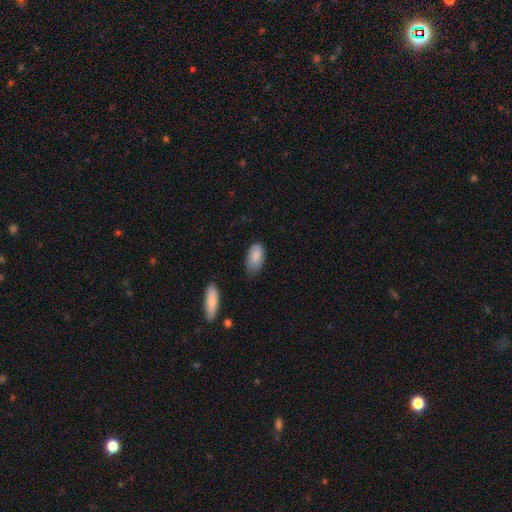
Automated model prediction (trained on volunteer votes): smooth_or_featured: smooth (p=0.85) [alt: featured or disk p=0.08]
how_rounded: in between (p=0.93) [alt: cigar-shaped p=0.04]
merging: none (p=0.58) [alt: minor disturbance p=0.34]